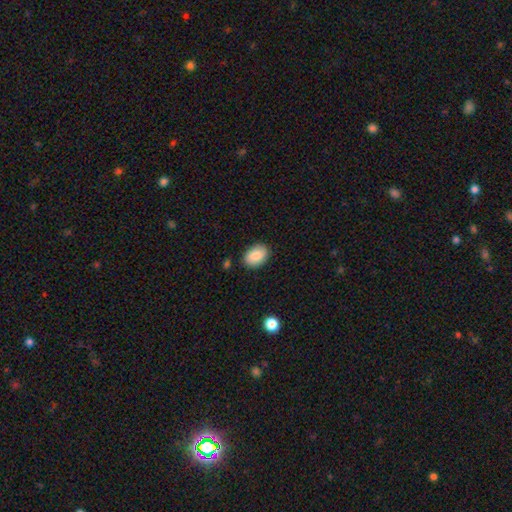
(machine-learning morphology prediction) smooth_or_featured: smooth (p=0.88) [alt: star or artifact p=0.07]
how_rounded: in between (p=0.85) [alt: round p=0.14]
merging: none (p=0.86) [alt: minor disturbance p=0.10]